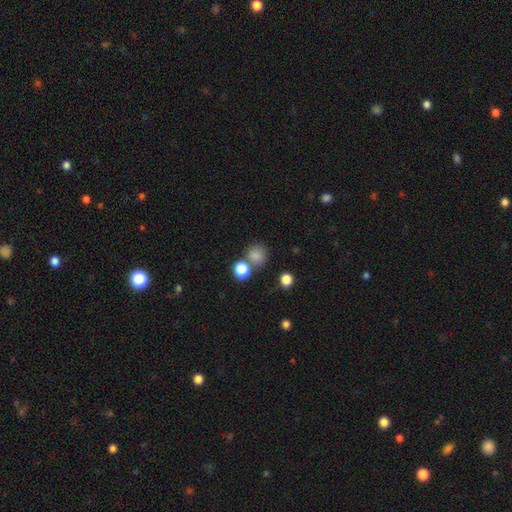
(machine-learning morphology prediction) smooth 81%, star or artifact 13%, featured or disk 5%. Down the decision tree: how rounded — round (81%); merging — none (62%).